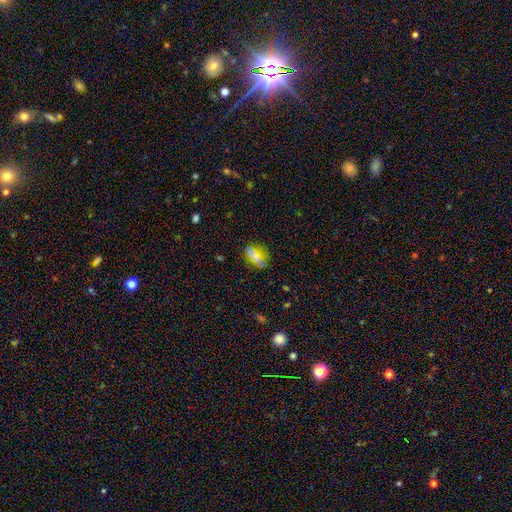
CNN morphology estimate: This appears to be a smooth galaxy with no disk features (64%) that is in between round and cigar-shaped (83%). Merging: none (73%).